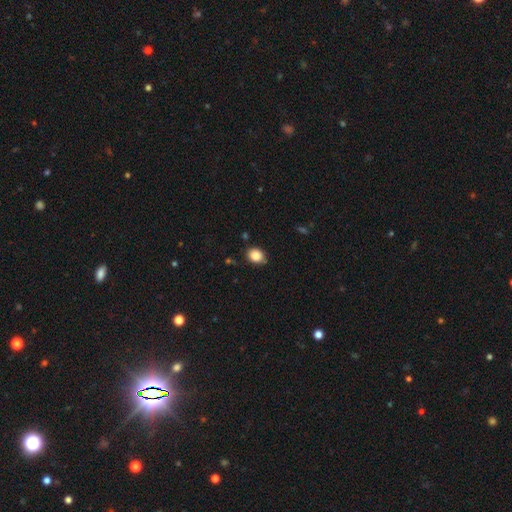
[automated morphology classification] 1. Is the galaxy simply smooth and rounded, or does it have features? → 87% smooth, 9% star or artifact, 4% featured or disk.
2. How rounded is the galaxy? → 53% round, 46% in between, 1% cigar-shaped.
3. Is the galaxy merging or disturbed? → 78% none, 17% minor disturbance, 3% major disturbance, 2% merger.